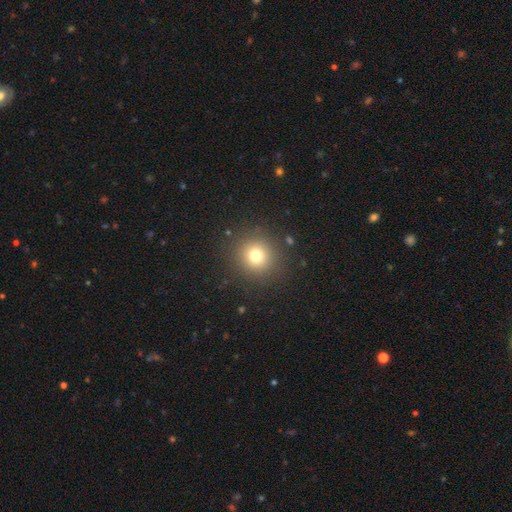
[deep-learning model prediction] A smooth galaxy with no disk features (75%) that is round (92%). Merging: none (88%).